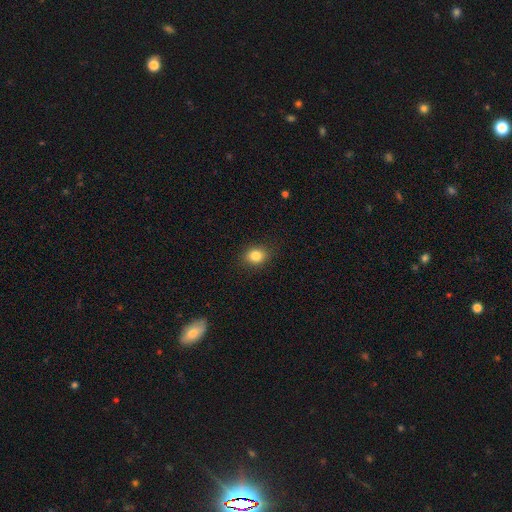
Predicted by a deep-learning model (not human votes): smooth 83%, star or artifact 11%, featured or disk 6%. Down the decision tree: how rounded — round (53%); merging — none (87%).